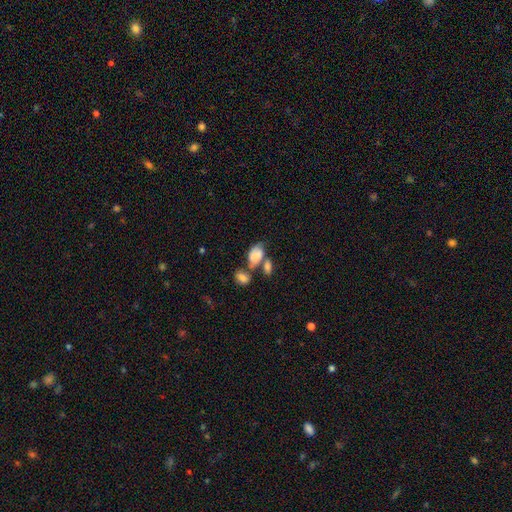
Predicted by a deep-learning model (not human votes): Smooth or featured? Predicted: smooth (p=0.70). How rounded? Predicted: in between (p=0.88). Merging? Predicted: merger (p=0.47).